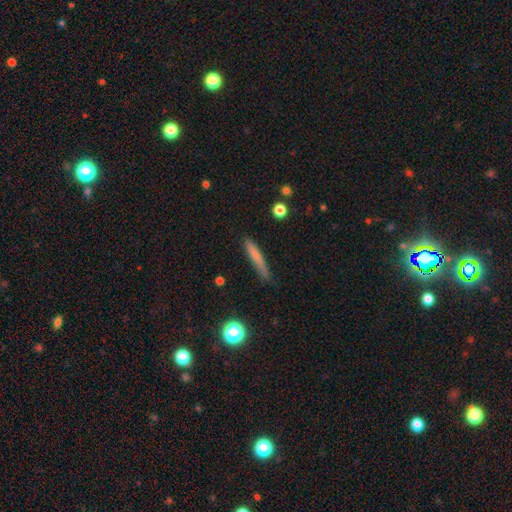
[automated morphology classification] type=smooth (69%); roundness=cigar-shaped (93%); merging=none (80%).